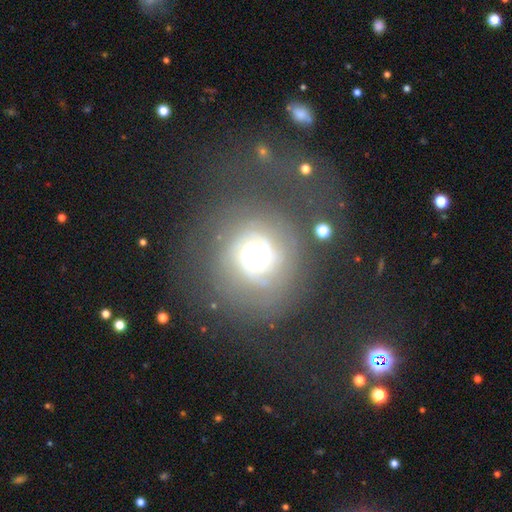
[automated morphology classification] A featured or disk galaxy (62%) with no bar (74%), spiral arms (82%) and a large central bulge (44%).

Vote fractions:
- Smooth or featured? featured or disk: 62% / smooth: 24% / star or artifact: 14%
- Edge-on disk? no: 97% / yes: 3%
- Bar? no: 74% / weak: 19% / strong: 6%
- Spiral arms? yes: 82% / no: 18%
- Bulge size? large: 44% / moderate: 33% / dominant: 17% / small: 4% / none: 2%
- Merging? none: 65% / major disturbance: 16% / minor disturbance: 15% / merger: 4%